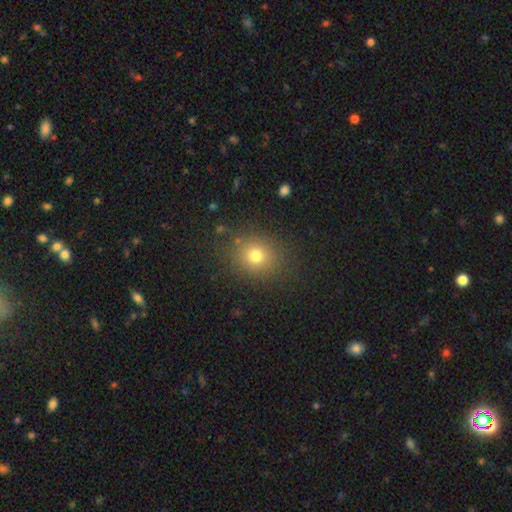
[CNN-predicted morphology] Smooth or featured?
  - smooth: 75% *
  - star or artifact: 15%
  - featured or disk: 9%
How rounded?
  - round: 73% *
  - in between: 26%
  - cigar-shaped: 1%
Merging?
  - none: 83% *
  - minor disturbance: 10%
  - major disturbance: 5%
  - merger: 2%